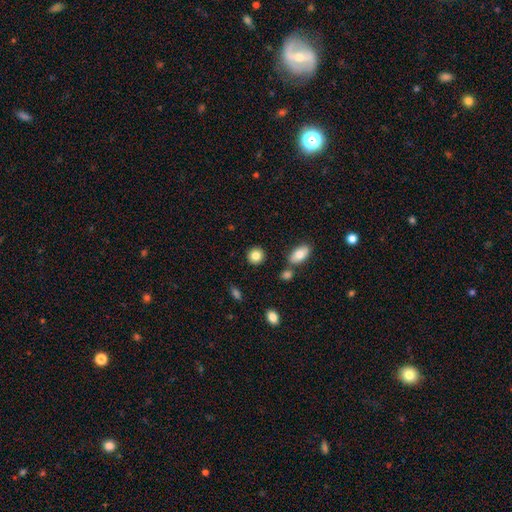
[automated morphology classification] Smooth or featured? smooth (84%)
How rounded? round (86%)
Merging? none (88%)